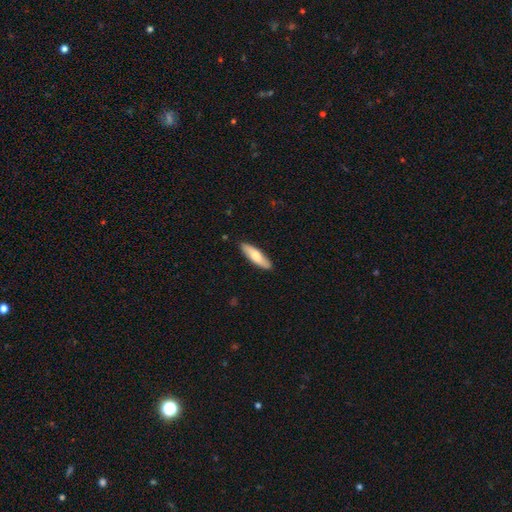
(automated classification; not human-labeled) smooth 70%, featured or disk 25%, star or artifact 5%. Down the decision tree: how rounded — cigar-shaped (64%); merging — none (89%).